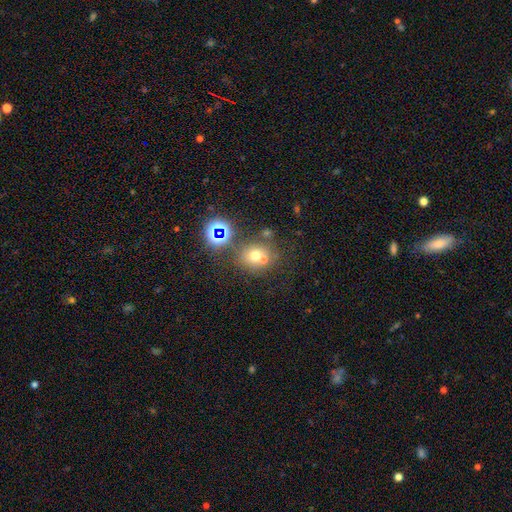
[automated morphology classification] This appears to be a smooth galaxy with no disk features (60%) that is round (80%). Merging: none (57%).